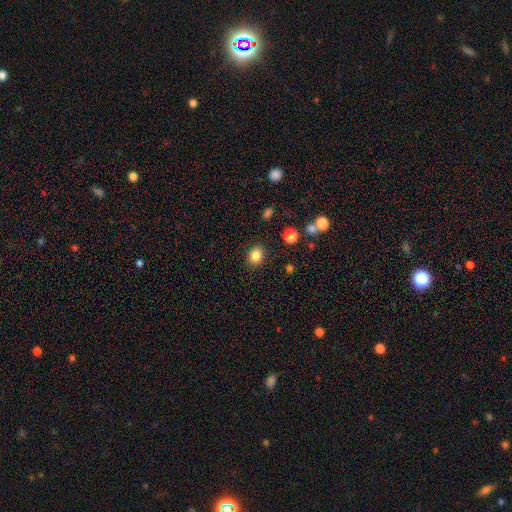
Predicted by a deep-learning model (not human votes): smooth-or-featured: smooth: 85% | star or artifact: 11% | featured or disk: 5%
  how-rounded: round: 56% | in between: 43% | cigar-shaped: 1%
  merging: none: 88% | minor disturbance: 8% | major disturbance: 3% | merger: 2%